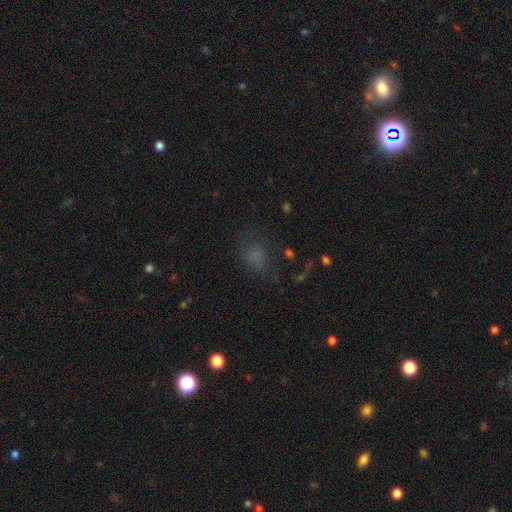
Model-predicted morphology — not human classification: A smooth galaxy with no disk features (66%) that is in between round and cigar-shaped (50%).

Vote fractions:
- Smooth or featured? smooth: 66% / star or artifact: 23% / featured or disk: 11%
- How rounded? in between: 50% / round: 48% / cigar-shaped: 2%
- Merging? none: 60% / minor disturbance: 20% / major disturbance: 17% / merger: 2%